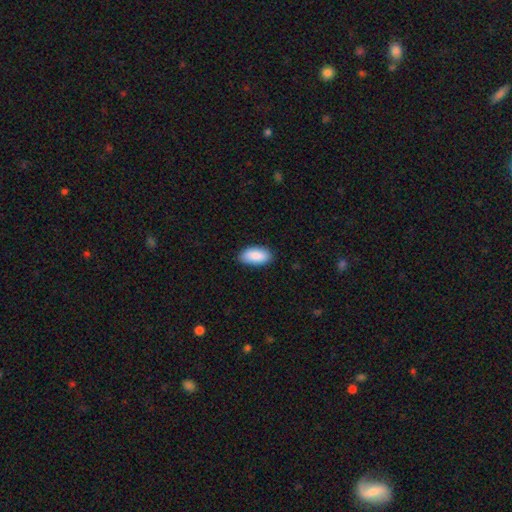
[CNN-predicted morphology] A smooth galaxy with no disk features (89%) that is in between round and cigar-shaped (94%).

Vote fractions:
- Smooth or featured? smooth: 89% / star or artifact: 6% / featured or disk: 5%
- How rounded? in between: 94% / cigar-shaped: 4% / round: 2%
- Merging? none: 85% / minor disturbance: 12% / major disturbance: 2% / merger: 1%